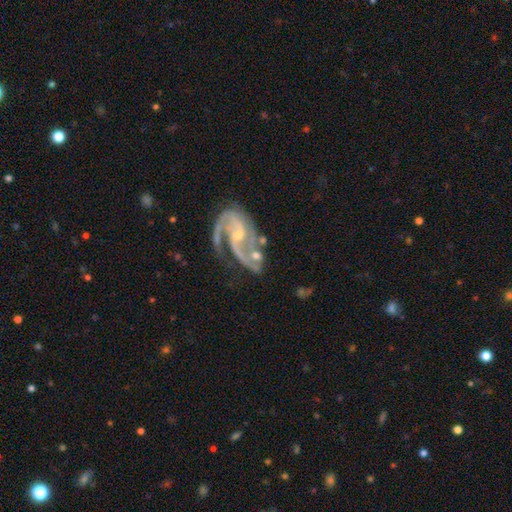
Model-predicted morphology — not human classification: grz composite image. It shows a featured or disk galaxy (88%) with no bar (47%), 2 (74%) medium (53%) spiral arms (96%) and a small central bulge (63%). Merging: none (38%).